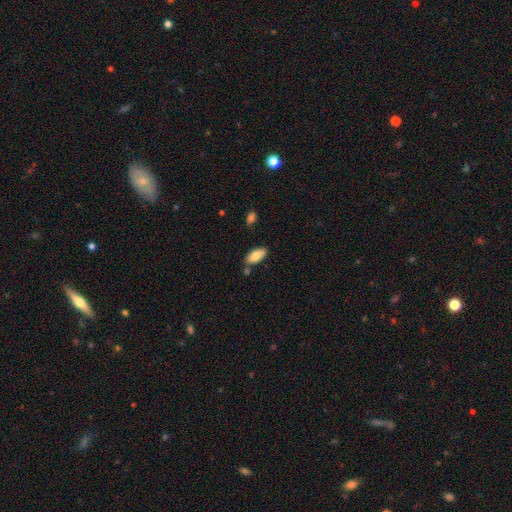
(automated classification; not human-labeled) smooth-or-featured: smooth: 76% | featured or disk: 18% | star or artifact: 6%
  how-rounded: in between: 90% | cigar-shaped: 7% | round: 2%
  merging: none: 76% | minor disturbance: 15% | merger: 6% | major disturbance: 3%